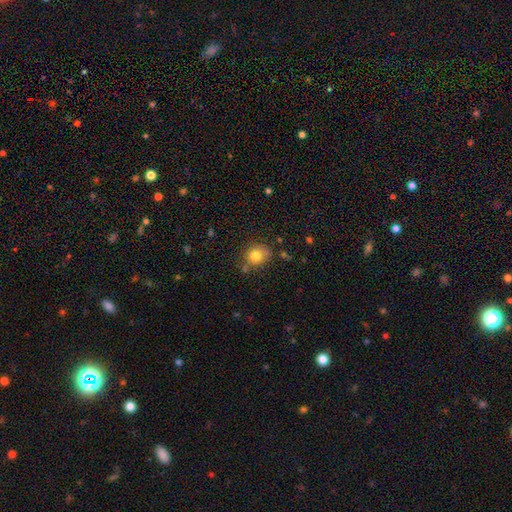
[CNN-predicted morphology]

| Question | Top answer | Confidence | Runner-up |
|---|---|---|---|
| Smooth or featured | smooth | 80% | star or artifact (11%) |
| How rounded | round | 73% | in between (26%) |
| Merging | none | 64% | minor disturbance (22%) |